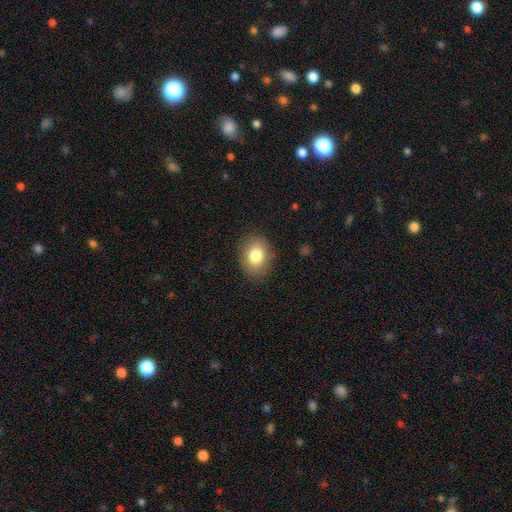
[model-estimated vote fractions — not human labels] Smooth or featured: smooth — 81% (featured or disk — 10%)
How rounded: in between — 60% (round — 40%)
Merging: none — 86% (minor disturbance — 10%)